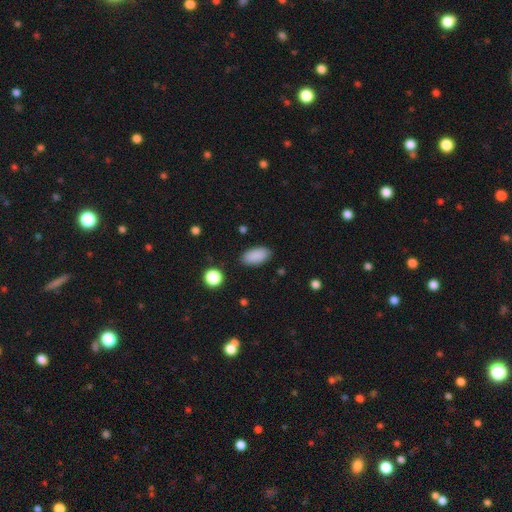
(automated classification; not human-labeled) Smooth or featured?
  - smooth: 89% *
  - star or artifact: 7%
  - featured or disk: 4%
How rounded?
  - in between: 93% *
  - cigar-shaped: 4%
  - round: 3%
Merging?
  - none: 88% *
  - minor disturbance: 9%
  - major disturbance: 2%
  - merger: 1%